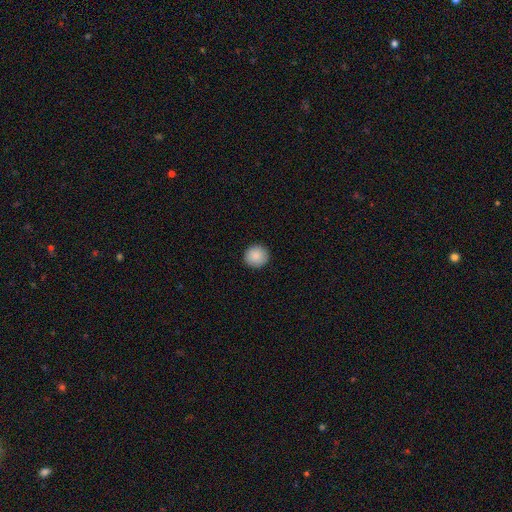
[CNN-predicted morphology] Smooth or featured: smooth — 89% (star or artifact — 7%)
How rounded: round — 93% (in between — 6%)
Merging: none — 92% (minor disturbance — 5%)